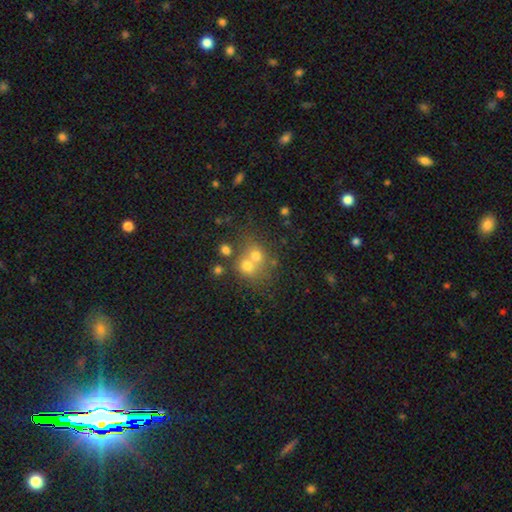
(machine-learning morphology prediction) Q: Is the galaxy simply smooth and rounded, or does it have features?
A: smooth — 65%.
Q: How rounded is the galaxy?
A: round — 76%.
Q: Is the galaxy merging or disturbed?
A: merger — 55%.